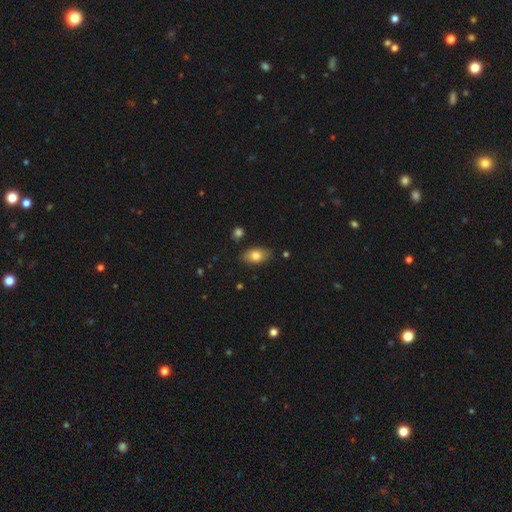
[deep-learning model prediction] Smooth or featured? Predicted: smooth (p=0.79). How rounded? Predicted: in between (p=0.88). Merging? Predicted: none (p=0.83).